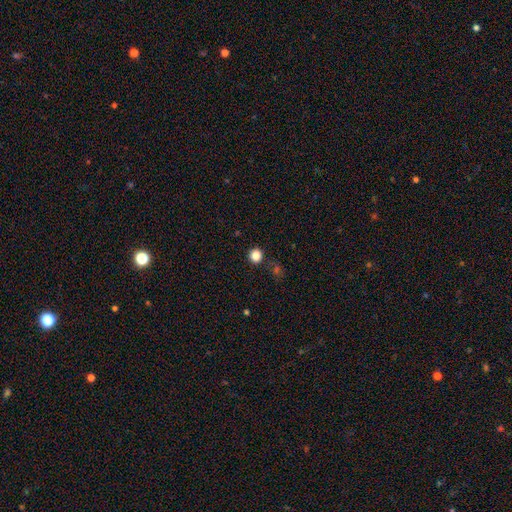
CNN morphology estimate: Smooth or featured? smooth (84%)
How rounded? round (92%)
Merging? none (86%)